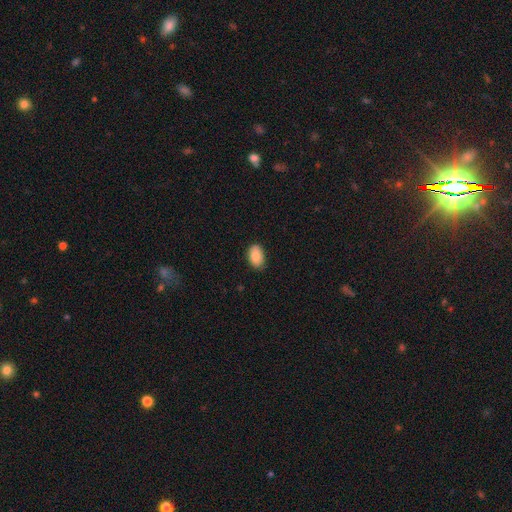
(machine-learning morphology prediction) type=smooth (88%); roundness=in between (91%); merging=none (83%).